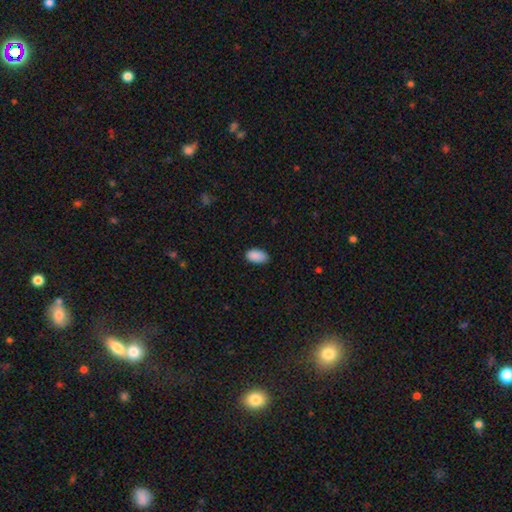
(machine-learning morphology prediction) Smooth or featured: smooth — 90% (star or artifact — 7%)
How rounded: in between — 94% (round — 4%)
Merging: none — 82% (minor disturbance — 15%)